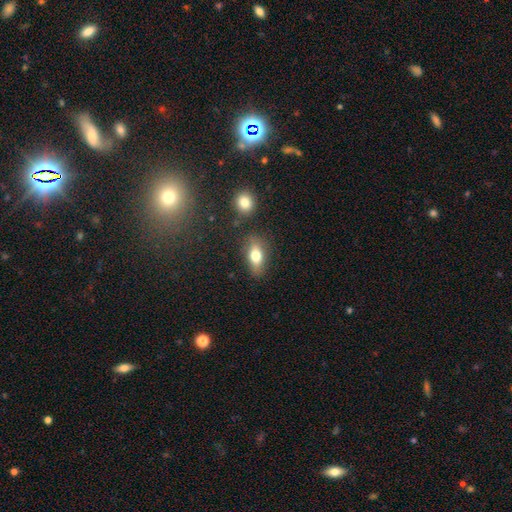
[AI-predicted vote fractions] Q: Smooth or featured?
A: smooth (72%); runner-up: featured or disk (19%)
Q: How rounded?
A: in between (79%); runner-up: cigar-shaped (13%)
Q: Merging?
A: none (79%); runner-up: minor disturbance (14%)